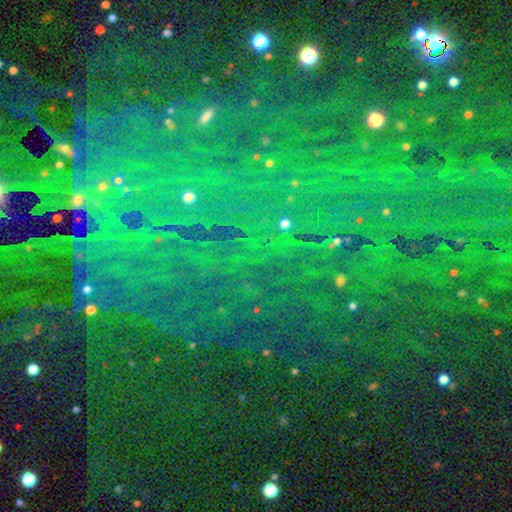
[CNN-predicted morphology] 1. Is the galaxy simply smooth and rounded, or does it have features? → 80% star or artifact, 10% smooth, 10% featured or disk.